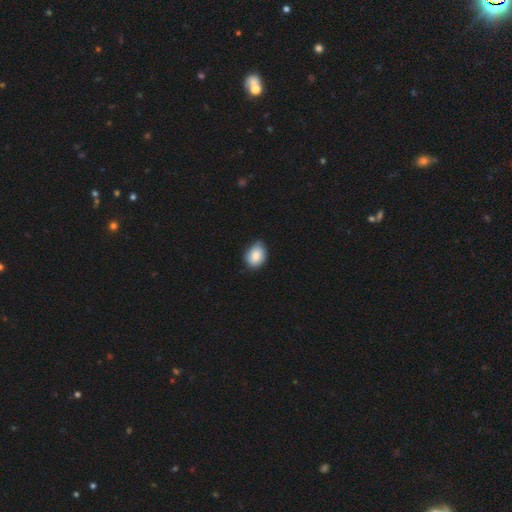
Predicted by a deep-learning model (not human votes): Q: Smooth or featured?
A: smooth (84%); runner-up: featured or disk (9%)
Q: How rounded?
A: in between (65%); runner-up: round (34%)
Q: Merging?
A: none (68%); runner-up: minor disturbance (28%)